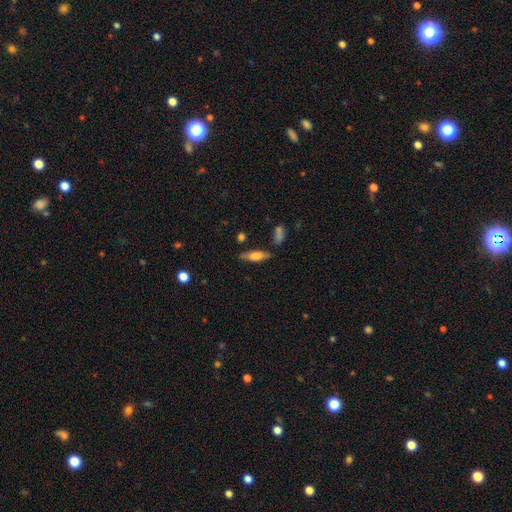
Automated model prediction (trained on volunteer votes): This appears to be a smooth galaxy with no disk features (60%) that is cigar-shaped (52%). Merging: none (75%).